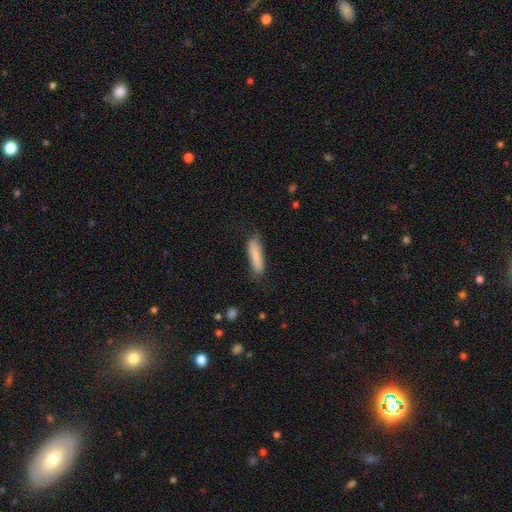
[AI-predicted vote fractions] Morphology: type=smooth (78%); roundness=cigar-shaped (75%); merging=none (71%).